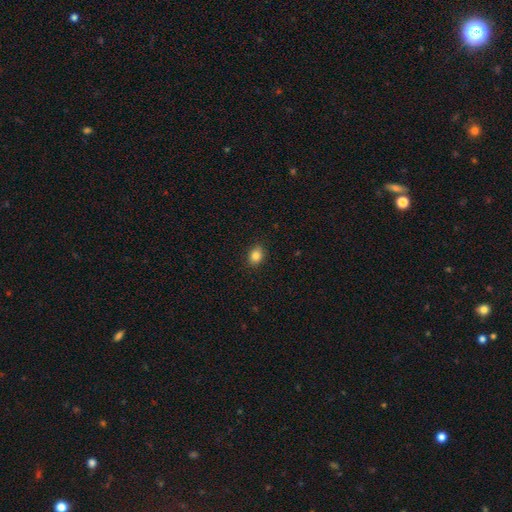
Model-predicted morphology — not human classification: This is clearly a smooth galaxy (85%). How rounded: possibly in between (56%). Merging: clearly none (88%).